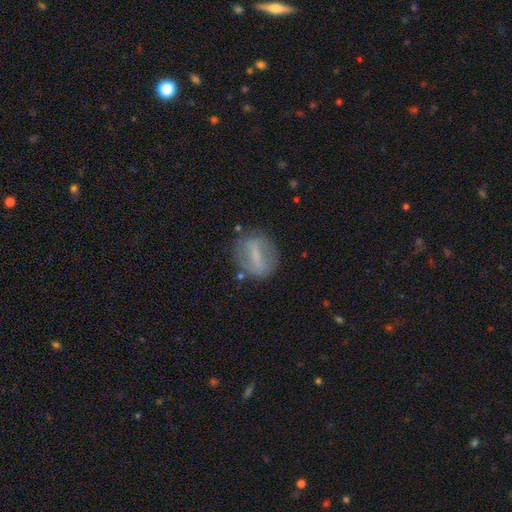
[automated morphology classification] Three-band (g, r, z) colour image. It shows a featured or disk galaxy (51%). Merging: none (76%).